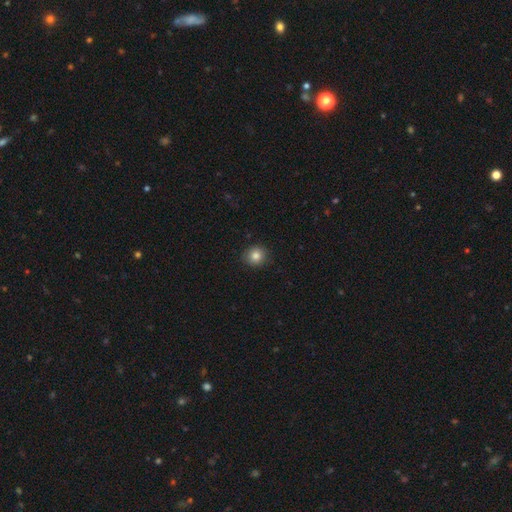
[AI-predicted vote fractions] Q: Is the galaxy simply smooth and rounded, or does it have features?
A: smooth — 84%.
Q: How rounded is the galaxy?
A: round — 90%.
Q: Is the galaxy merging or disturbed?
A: none — 88%.